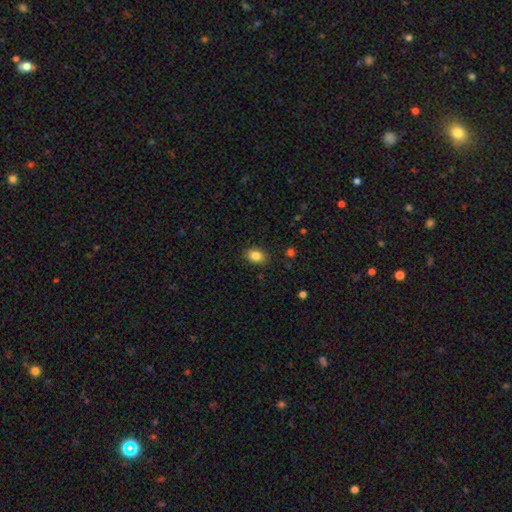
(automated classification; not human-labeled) Smooth or featured? Predicted: smooth (p=0.85). How rounded? Predicted: in between (p=0.81). Merging? Predicted: none (p=0.87).